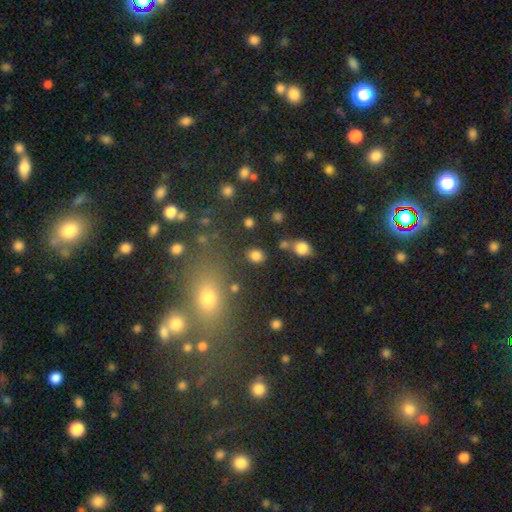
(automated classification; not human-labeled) smooth 82%, star or artifact 13%, featured or disk 5%. Down the decision tree: how rounded — round (56%); merging — none (82%).